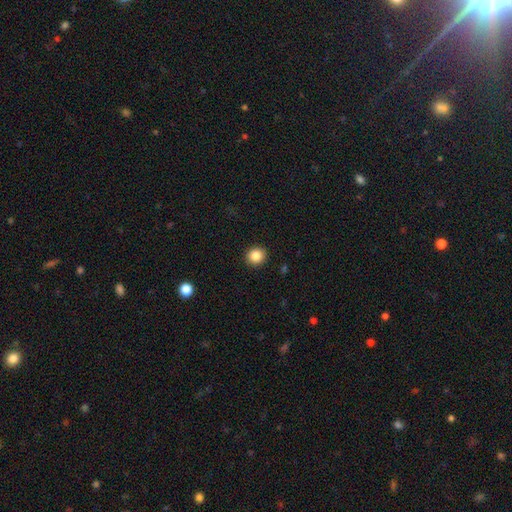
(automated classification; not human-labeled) A smooth galaxy with no disk features (85%) that is round (90%). Merging: none (92%).